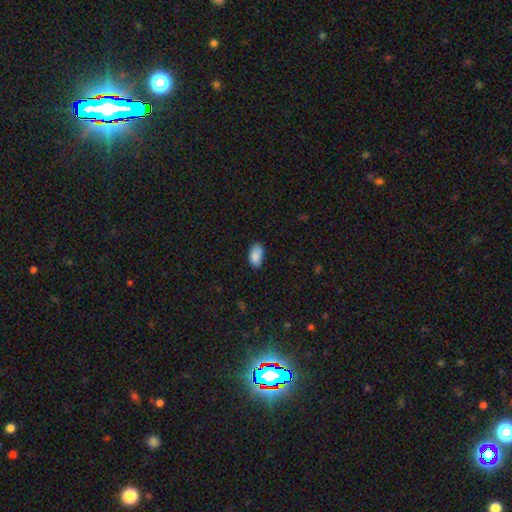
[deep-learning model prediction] This appears to be a smooth galaxy with no disk features (88%) that is in between round and cigar-shaped (94%). Merging: none (77%).